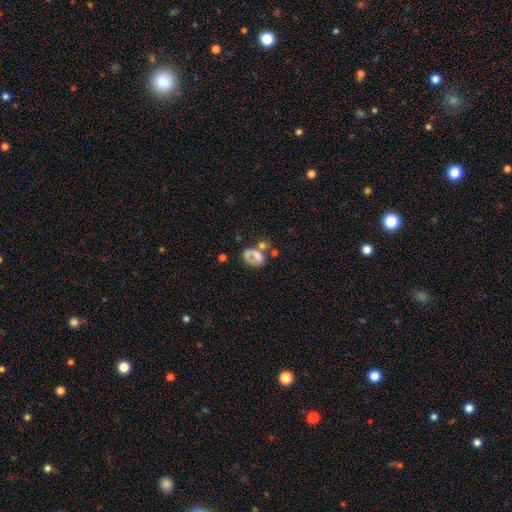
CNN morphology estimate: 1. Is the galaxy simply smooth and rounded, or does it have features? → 50% smooth, 37% featured or disk, 13% star or artifact.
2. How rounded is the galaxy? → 63% in between, 35% round, 1% cigar-shaped.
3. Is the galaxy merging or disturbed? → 32% merger, 28% none, 24% major disturbance, 15% minor disturbance.